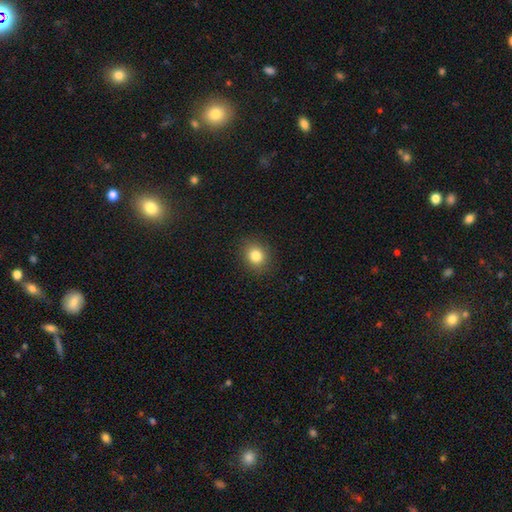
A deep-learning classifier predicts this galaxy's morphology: Smooth or featured?
  - smooth: 83% *
  - star or artifact: 11%
  - featured or disk: 6%
How rounded?
  - round: 68% *
  - in between: 31%
  - cigar-shaped: 1%
Merging?
  - none: 89% *
  - minor disturbance: 7%
  - major disturbance: 2%
  - merger: 1%